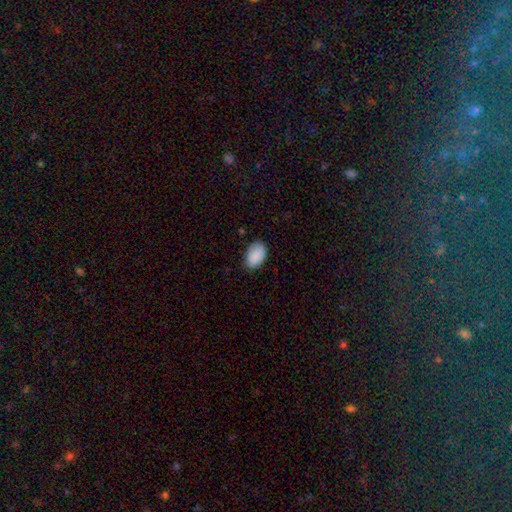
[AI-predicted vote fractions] This is clearly a smooth galaxy (89%). How rounded: clearly in between (91%). Merging: likely none (80%).